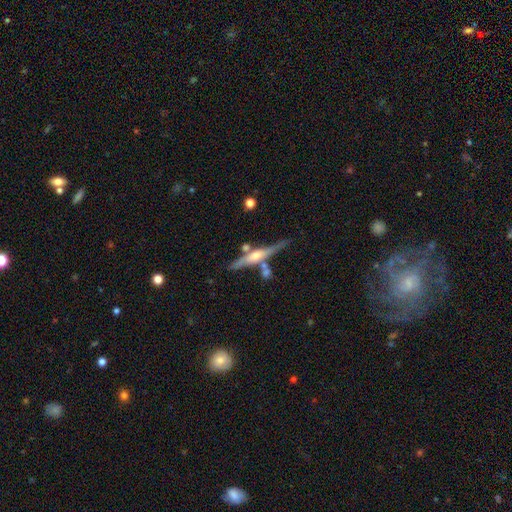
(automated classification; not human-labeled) Q: Smooth or featured?
A: featured or disk (74%); runner-up: smooth (21%)
Q: Edge-on disk?
A: yes (95%); runner-up: no (5%)
Q: Edge-on bulge?
A: rounded (86%); runner-up: boxy (7%)
Q: Merging?
A: none (67%); runner-up: minor disturbance (15%)